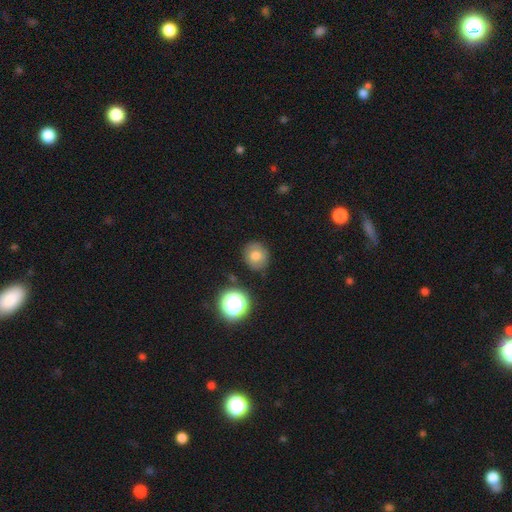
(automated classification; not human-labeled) A smooth galaxy with no disk features (73%) that is round (84%).

Vote fractions:
- Smooth or featured? smooth: 73% / featured or disk: 14% / star or artifact: 13%
- How rounded? round: 84% / in between: 15% / cigar-shaped: 1%
- Merging? none: 85% / minor disturbance: 10% / major disturbance: 3% / merger: 2%